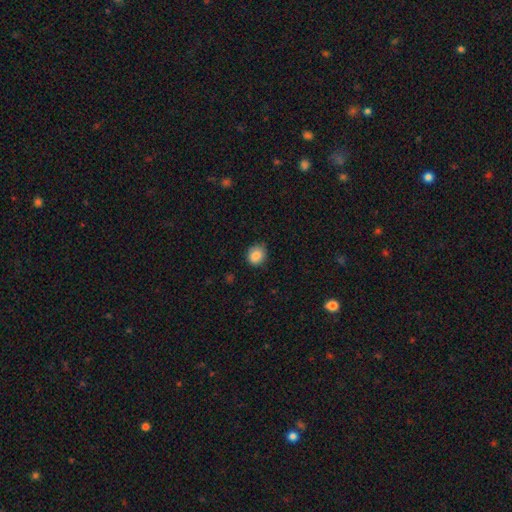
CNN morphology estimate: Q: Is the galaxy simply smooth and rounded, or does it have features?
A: smooth — 86%.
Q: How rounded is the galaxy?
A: round — 74%.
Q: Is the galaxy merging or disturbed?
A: none — 79%.